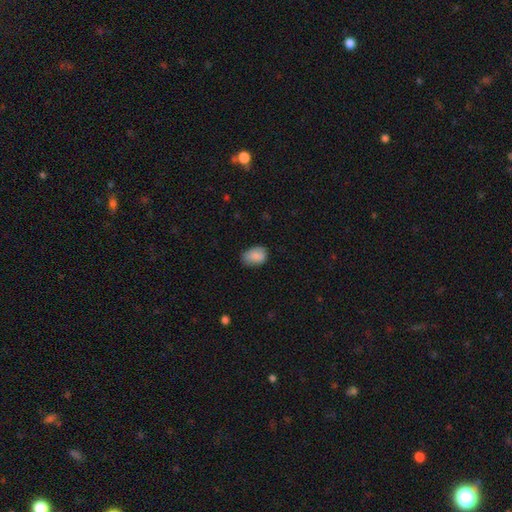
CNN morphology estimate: This appears to be a smooth galaxy with no disk features (87%) that is in between round and cigar-shaped (81%). Merging: none (67%).